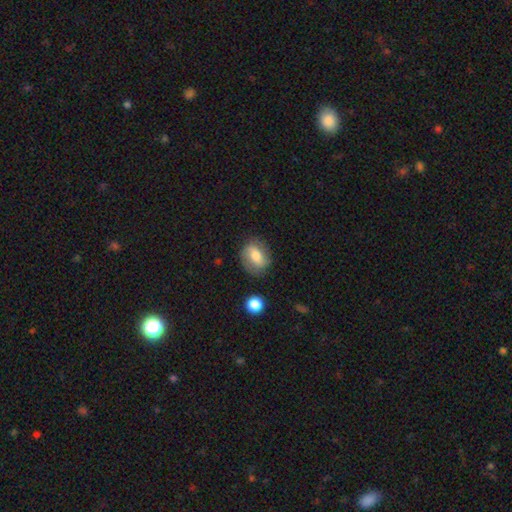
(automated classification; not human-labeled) Morphology: type=smooth (59%); roundness=in between (53%); merging=none (75%).